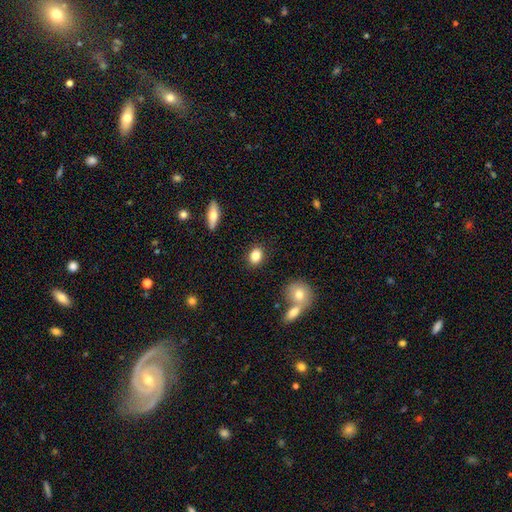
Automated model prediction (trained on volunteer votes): Q: Smooth or featured?
A: smooth (84%); runner-up: star or artifact (9%)
Q: How rounded?
A: in between (62%); runner-up: round (36%)
Q: Merging?
A: none (85%); runner-up: minor disturbance (9%)